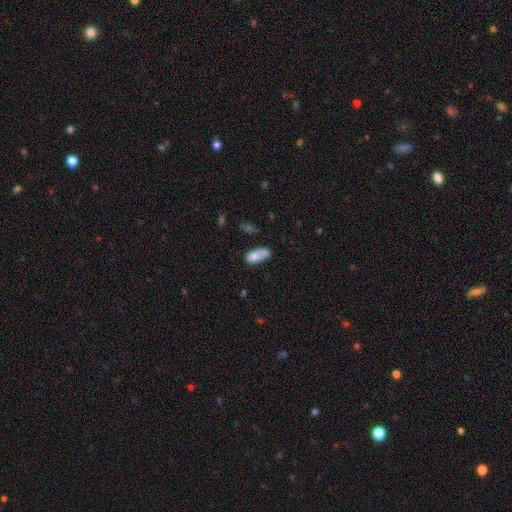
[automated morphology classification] This appears to be a smooth galaxy with no disk features (76%) that is in between round and cigar-shaped (85%). Merging: none (40%).